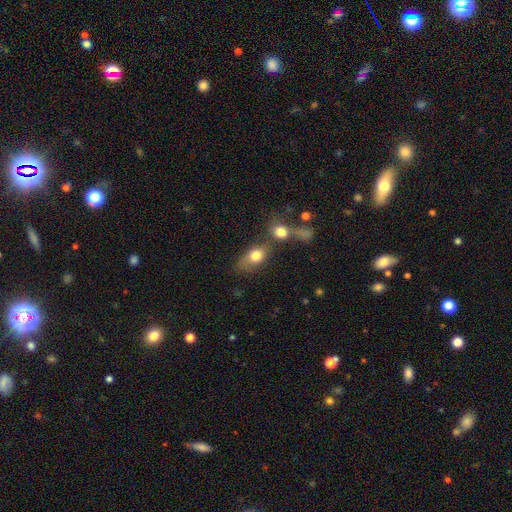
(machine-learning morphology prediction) smooth_or_featured: smooth (p=0.76) [alt: featured or disk p=0.15]
how_rounded: in between (p=0.67) [alt: round p=0.28]
merging: merger (p=0.38) [alt: none p=0.35]